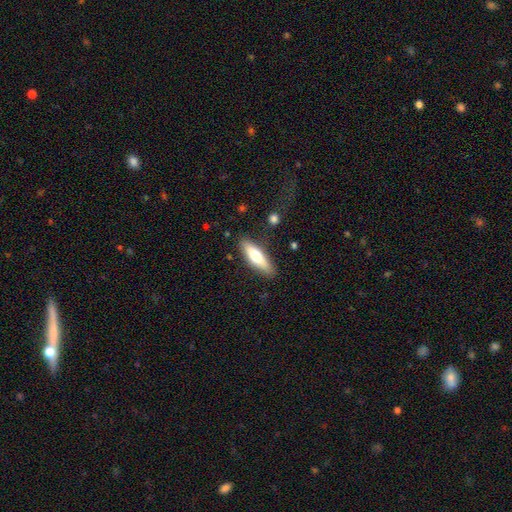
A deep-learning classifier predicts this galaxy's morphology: The model was most divided on "how rounded": cigar-shaped: 58%, in between: 40%, round: 2%. More confident: merging — none (85%); smooth or featured — smooth (64%).